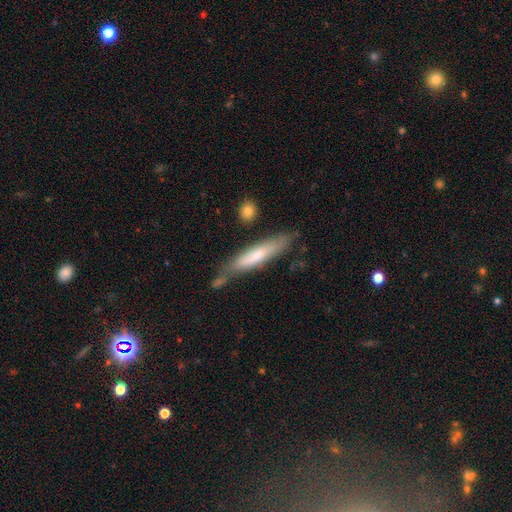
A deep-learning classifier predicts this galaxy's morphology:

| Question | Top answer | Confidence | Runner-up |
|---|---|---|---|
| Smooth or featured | smooth | 60% | featured or disk (35%) |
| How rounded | cigar-shaped | 85% | in between (14%) |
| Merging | none | 62% | minor disturbance (23%) |